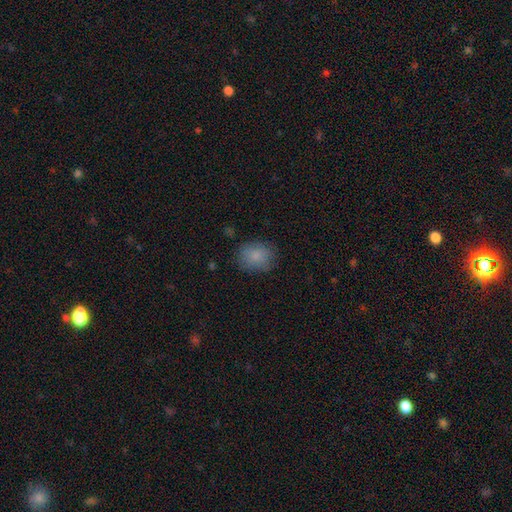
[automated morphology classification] Smooth or featured? smooth (84%)
How rounded? round (52%)
Merging? none (81%)